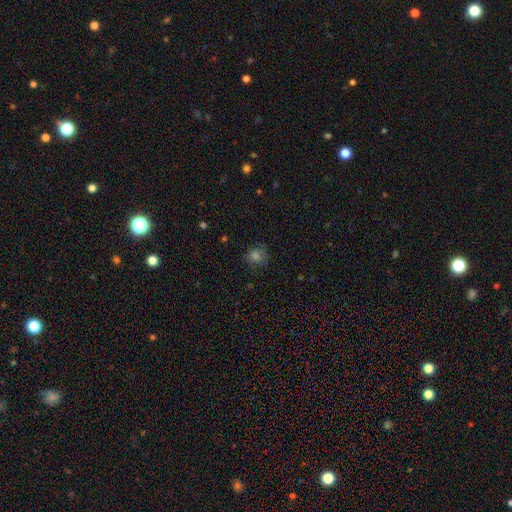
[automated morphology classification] type=smooth (72%); roundness=round (85%); merging=none (78%).